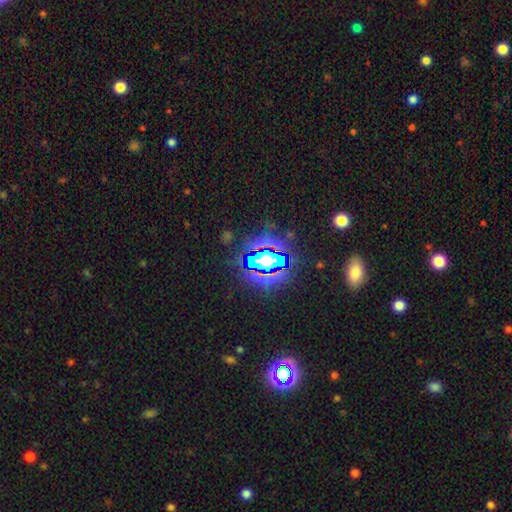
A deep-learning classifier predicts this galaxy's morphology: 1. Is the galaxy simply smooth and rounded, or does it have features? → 81% star or artifact, 11% smooth, 8% featured or disk.